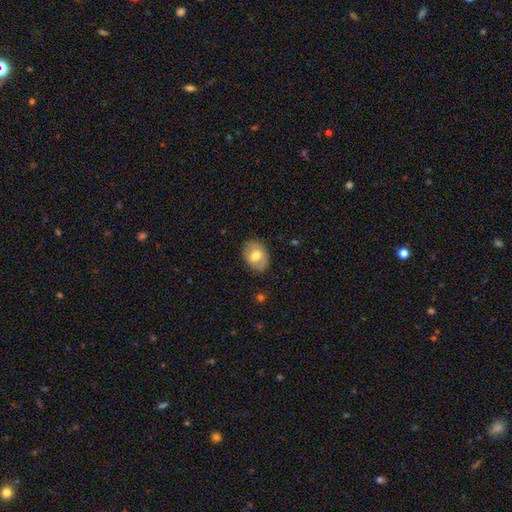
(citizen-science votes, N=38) Volunteers were most divided on "smooth or featured": smooth: 68%, featured or disk: 32%, star or artifact: 0%. More confident: merging — none (82%); how rounded — in between (73%).